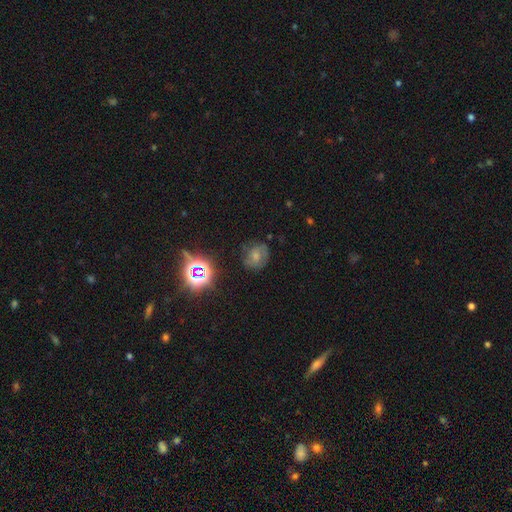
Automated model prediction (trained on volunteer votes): This is marginally a smooth galaxy (45%). Merging: likely none (70%).